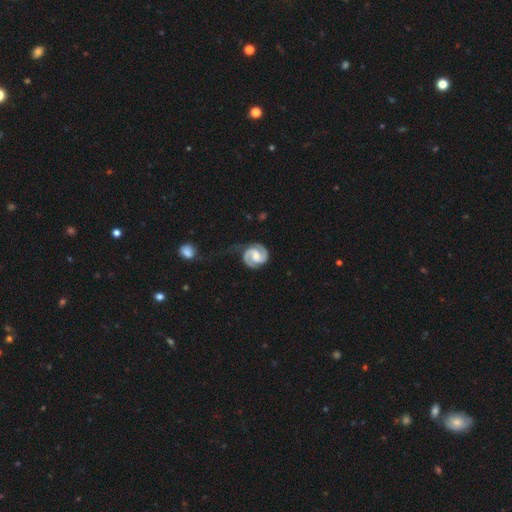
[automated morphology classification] This is clearly a featured or disk galaxy (90%). It is clearly not viewed edge-on (98%). Bar: possibly weak (47%). Spiral arm pattern: clearly yes (98%). Spiral arm count: clearly 2 (93%). Spiral winding: possibly tight (46%). Central bulge: possibly moderate (50%). Merging: likely none (72%).